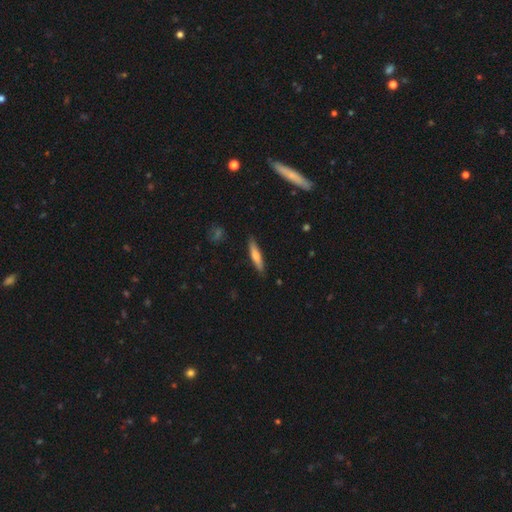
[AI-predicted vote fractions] This is likely a smooth galaxy (63%). How rounded: clearly cigar-shaped (85%). Merging: clearly none (87%).